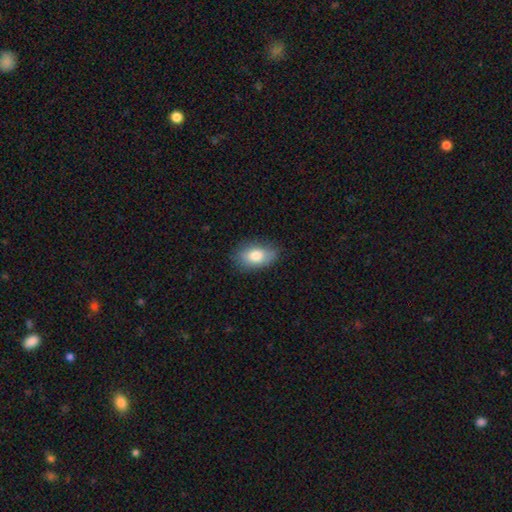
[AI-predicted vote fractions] smooth-or-featured: smooth: 79% | featured or disk: 13% | star or artifact: 7%
  how-rounded: in between: 89% | round: 8% | cigar-shaped: 2%
  merging: none: 77% | minor disturbance: 18% | major disturbance: 4% | merger: 1%